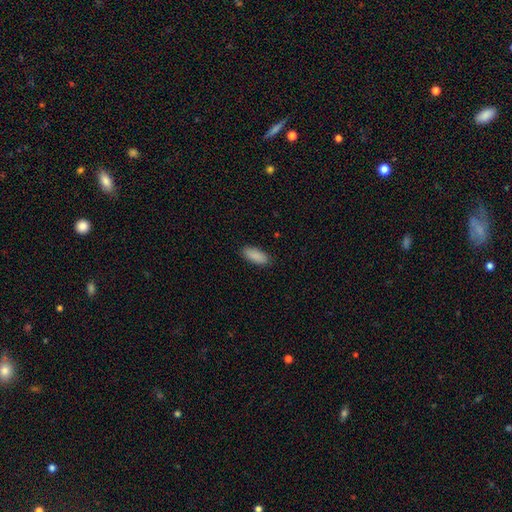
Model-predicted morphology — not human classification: A smooth galaxy with no disk features (90%) that is in between round and cigar-shaped (84%). Merging: none (88%).